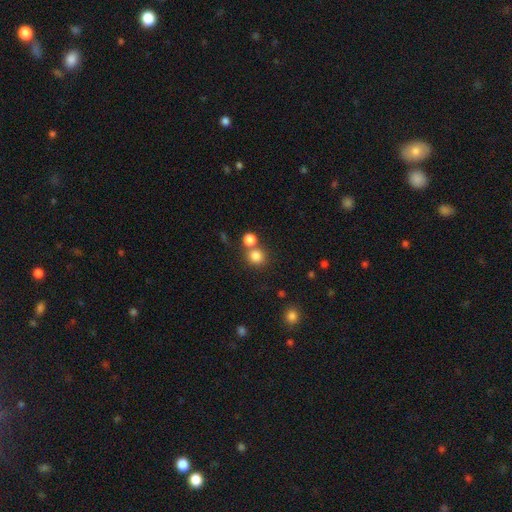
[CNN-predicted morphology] smooth-or-featured: smooth: 82% | star or artifact: 12% | featured or disk: 6%
  how-rounded: round: 89% | in between: 10% | cigar-shaped: 1%
  merging: none: 62% | merger: 27% | minor disturbance: 7% | major disturbance: 3%